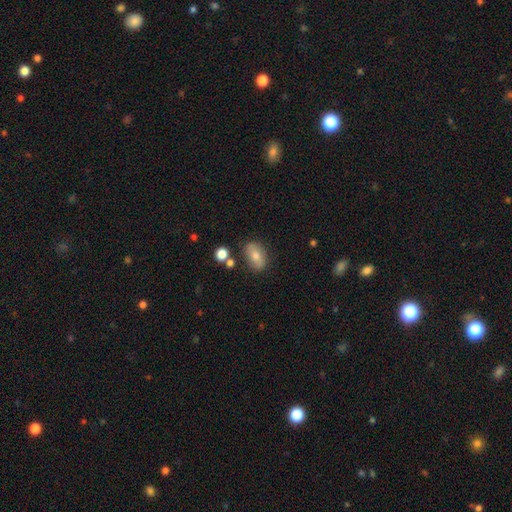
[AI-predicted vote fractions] This is likely a smooth galaxy (71%). How rounded: clearly in between (84%). Merging: likely none (76%).